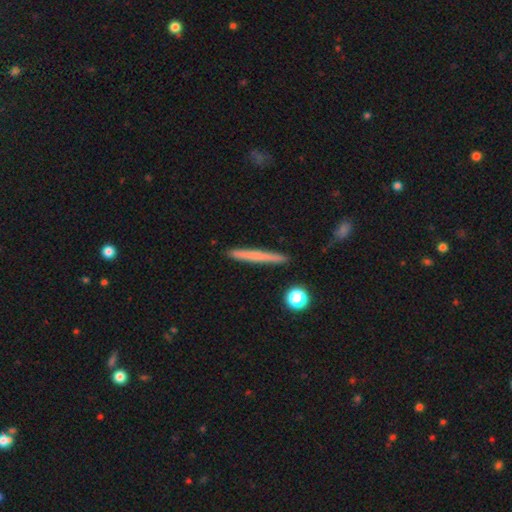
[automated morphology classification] Q: Smooth or featured?
A: smooth (62%); runner-up: featured or disk (31%)
Q: How rounded?
A: cigar-shaped (96%); runner-up: in between (2%)
Q: Merging?
A: none (91%); runner-up: minor disturbance (6%)